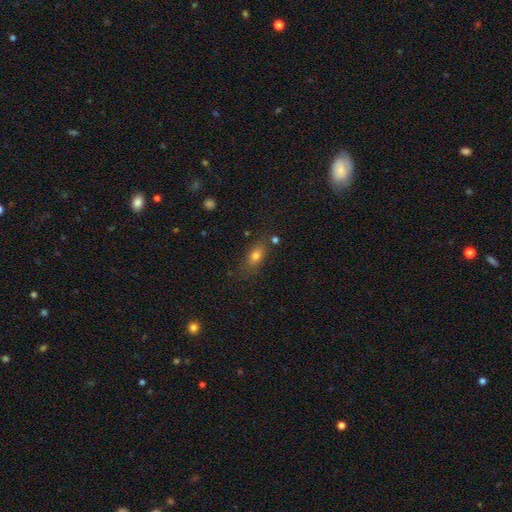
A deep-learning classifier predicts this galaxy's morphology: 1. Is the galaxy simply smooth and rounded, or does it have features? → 75% smooth, 13% featured or disk, 12% star or artifact.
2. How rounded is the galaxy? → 75% in between, 13% cigar-shaped, 12% round.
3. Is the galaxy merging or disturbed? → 72% none, 17% minor disturbance, 6% merger, 5% major disturbance.